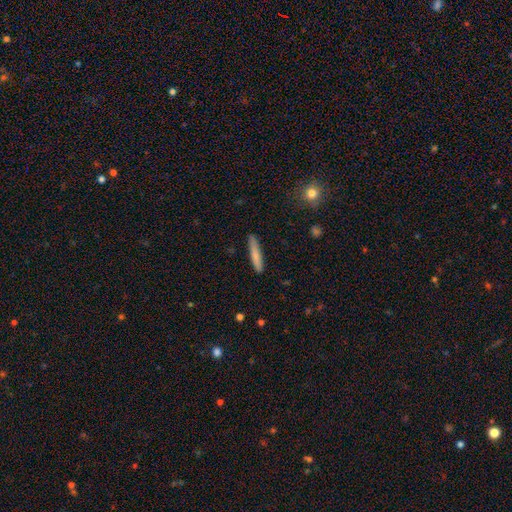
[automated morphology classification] The model was most divided on "smooth or featured": smooth: 76%, featured or disk: 18%, star or artifact: 6%. More confident: how rounded — cigar-shaped (93%); merging — none (87%).